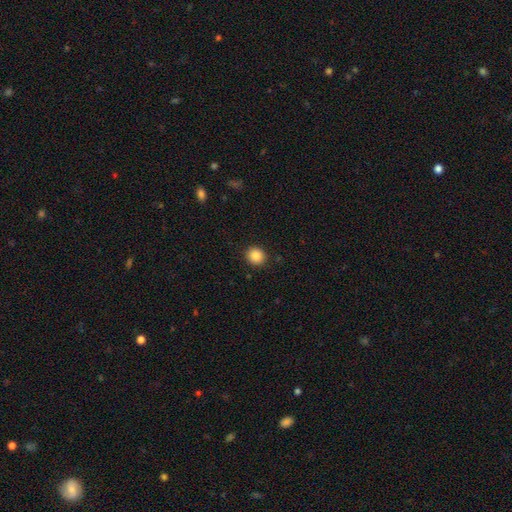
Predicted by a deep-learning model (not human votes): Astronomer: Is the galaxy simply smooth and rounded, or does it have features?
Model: smooth — 87%.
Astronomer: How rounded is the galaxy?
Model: round — 88%.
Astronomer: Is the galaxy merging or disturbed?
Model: none — 91%.